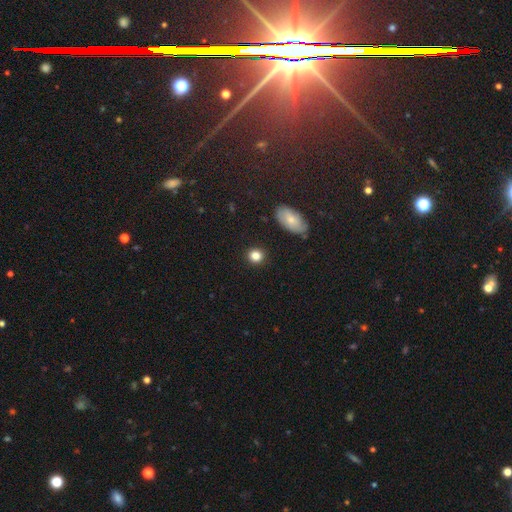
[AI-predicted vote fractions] Smooth or featured: smooth — 84% (star or artifact — 11%)
How rounded: round — 85% (in between — 14%)
Merging: none — 89% (minor disturbance — 7%)